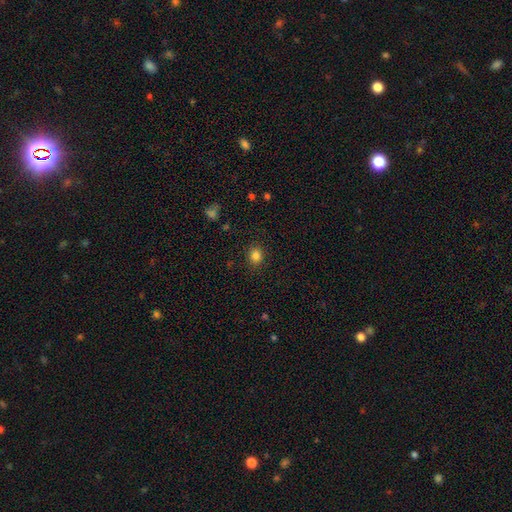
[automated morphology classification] The model was most divided on "how rounded": round: 76%, in between: 23%, cigar-shaped: 1%. More confident: merging — none (89%); smooth or featured — smooth (83%).